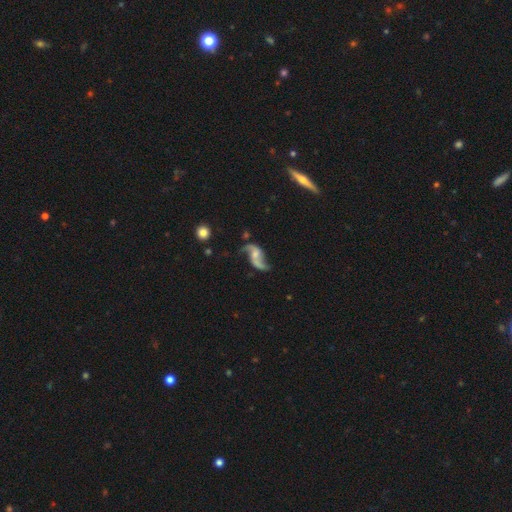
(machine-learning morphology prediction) This is clearly a featured or disk galaxy (86%). It is clearly not viewed edge-on (97%). Bar: possibly no (50%). Spiral arm pattern: clearly yes (95%). Spiral arm count: clearly 2 (92%). Spiral winding: clearly loose (87%). Central bulge: marginally small (40%). Merging: likely none (63%).